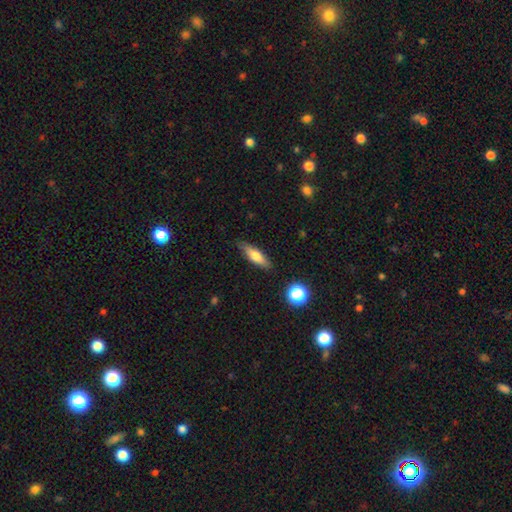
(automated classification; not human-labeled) This is likely a smooth galaxy (64%). How rounded: possibly cigar-shaped (54%). Merging: clearly none (84%).